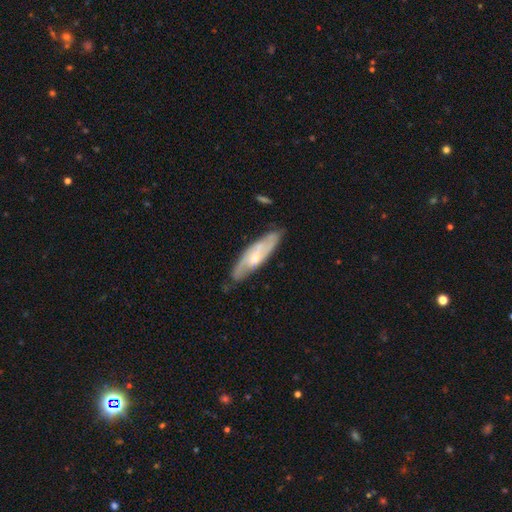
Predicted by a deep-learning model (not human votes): smooth_or_featured: featured or disk (p=0.65) [alt: smooth p=0.30]
disk_edge_on: no (p=0.67) [alt: yes p=0.33]
merging: none (p=0.77) [alt: minor disturbance p=0.18]